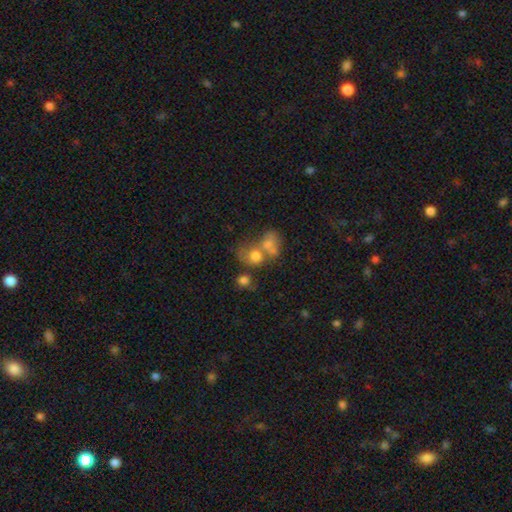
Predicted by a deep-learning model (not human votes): Smooth or featured?
  - smooth: 68% *
  - featured or disk: 19%
  - star or artifact: 13%
How rounded?
  - round: 62% *
  - in between: 37%
  - cigar-shaped: 1%
Merging?
  - merger: 58% *
  - none: 25%
  - minor disturbance: 9%
  - major disturbance: 8%